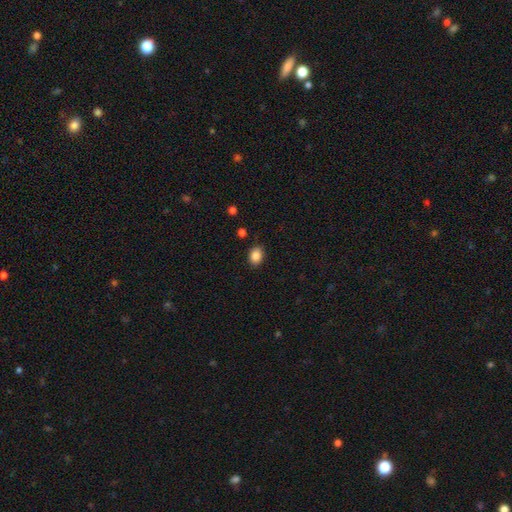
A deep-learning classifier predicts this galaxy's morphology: This appears to be a smooth galaxy with no disk features (87%) that is in between round and cigar-shaped (71%). Merging: none (88%).